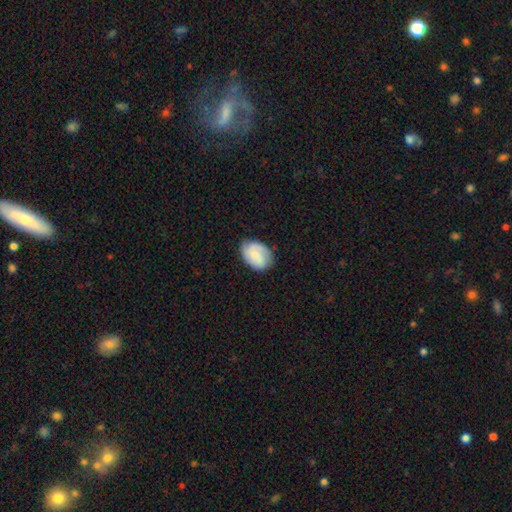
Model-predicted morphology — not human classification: Smooth or featured: smooth — 53% (featured or disk — 40%)
How rounded: in between — 74% (round — 25%)
Merging: none — 76% (minor disturbance — 18%)